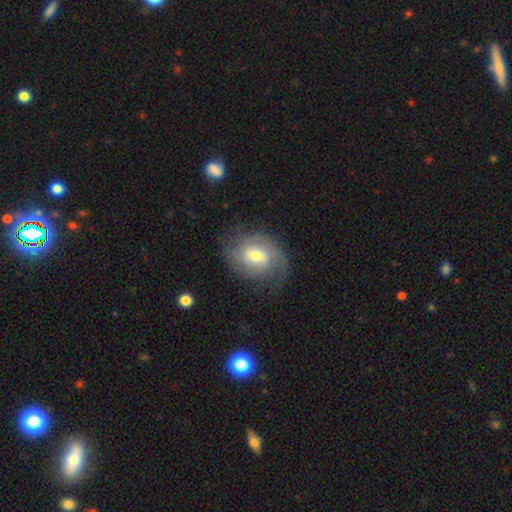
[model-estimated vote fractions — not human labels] This appears to be a featured or disk galaxy (68%) with a weak bar (50%), 2 (45%) tight (44%) spiral arms (87%) and a moderate central bulge (64%). Merging: none (67%).